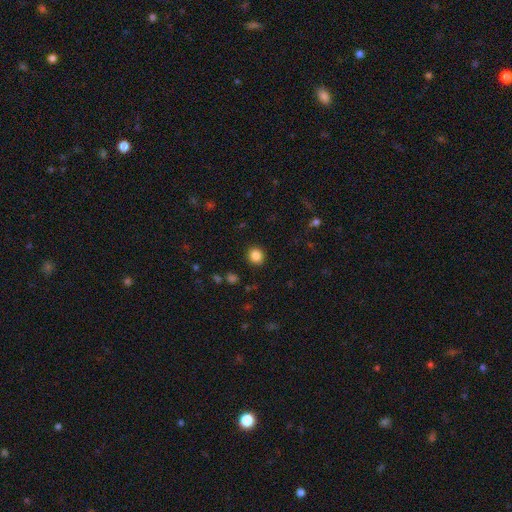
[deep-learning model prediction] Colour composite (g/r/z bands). It shows a smooth galaxy with no disk features (85%) that is round (83%). Merging: none (91%).